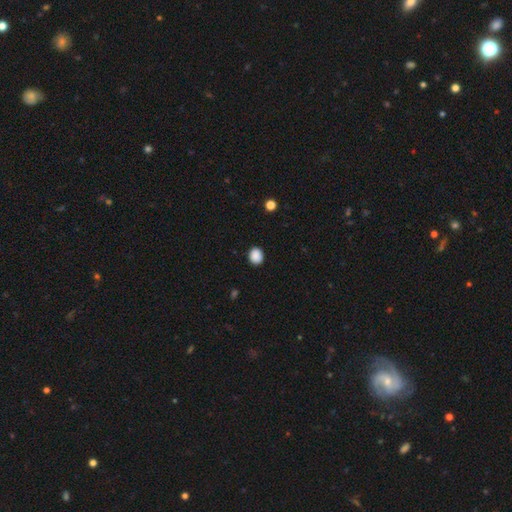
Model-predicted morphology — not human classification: This appears to be a smooth galaxy with no disk features (89%) that is round (66%). Merging: none (90%).